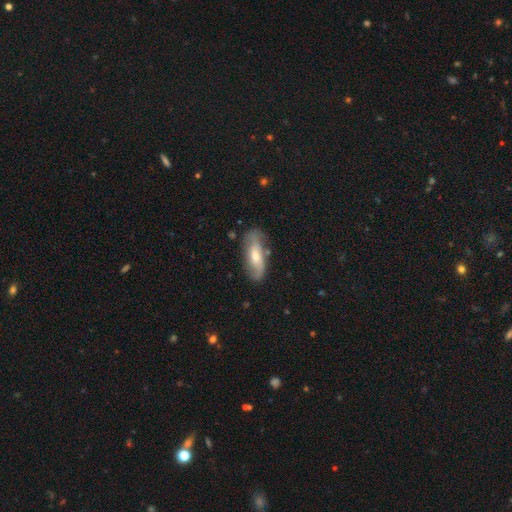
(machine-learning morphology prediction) Q: Smooth or featured?
A: featured or disk (54%); runner-up: smooth (39%)
Q: Edge-on disk?
A: no (81%); runner-up: yes (19%)
Q: Merging?
A: none (72%); runner-up: minor disturbance (20%)